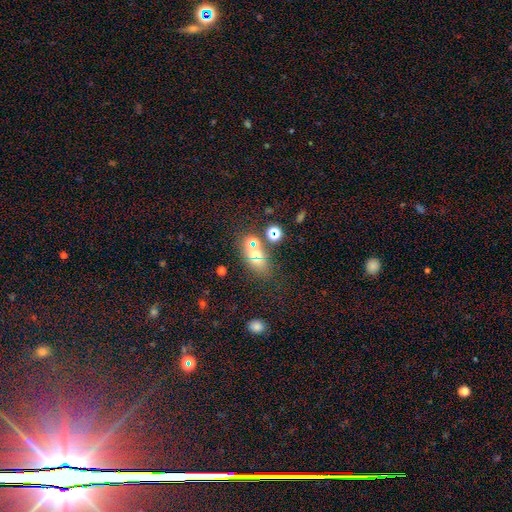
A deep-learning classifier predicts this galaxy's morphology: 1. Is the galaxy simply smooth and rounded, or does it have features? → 44% smooth, 43% star or artifact, 13% featured or disk.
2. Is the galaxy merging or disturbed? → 65% none, 15% merger, 13% minor disturbance, 7% major disturbance.